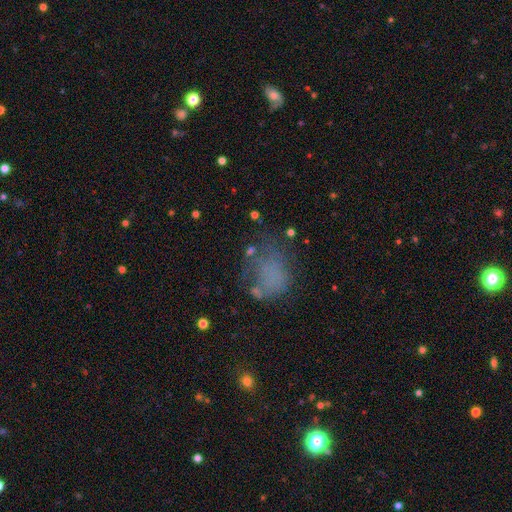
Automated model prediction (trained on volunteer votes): Overall: smooth (53%; featured or disk 28%). How rounded: in between (55%; round 44%). Merging: none (37%; major disturbance 33%).